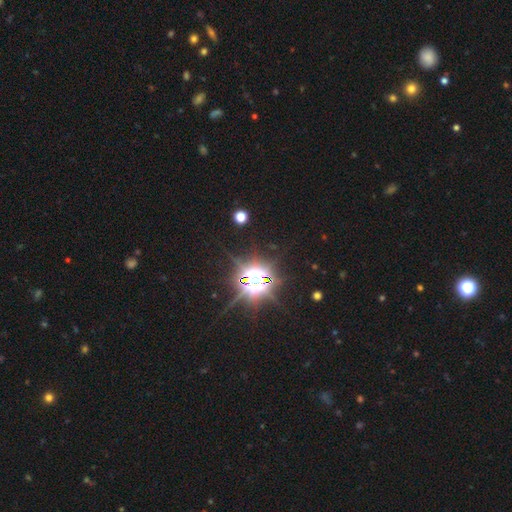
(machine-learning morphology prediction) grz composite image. It shows a star or artifact, not a galaxy (87%).